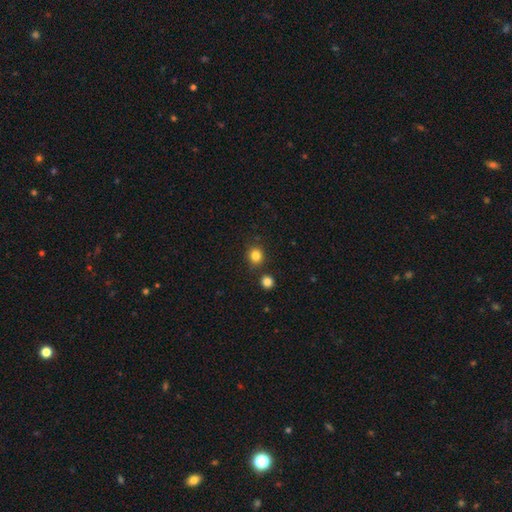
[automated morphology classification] Smooth or featured? smooth (83%)
How rounded? round (86%)
Merging? none (83%)